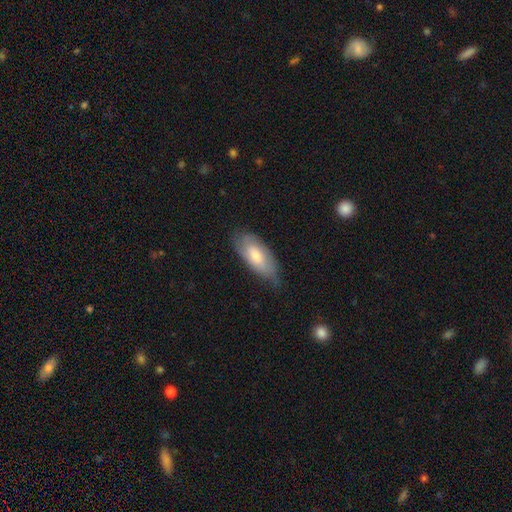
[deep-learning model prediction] Smooth or featured? Predicted: smooth (p=0.62). How rounded? Predicted: in between (p=0.83). Merging? Predicted: none (p=0.66).